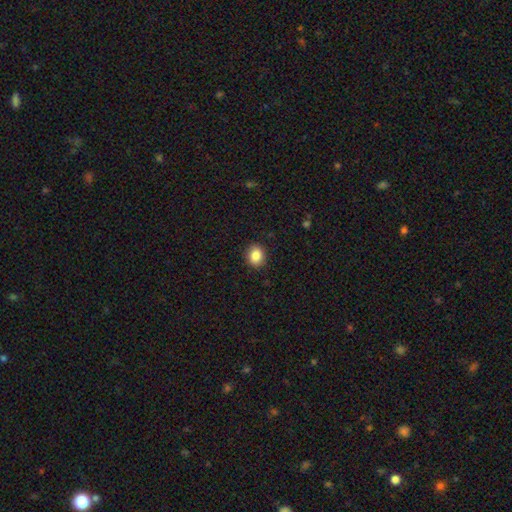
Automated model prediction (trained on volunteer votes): The model was most divided on "how rounded": round: 69%, in between: 30%, cigar-shaped: 1%. More confident: merging — none (90%); smooth or featured — smooth (85%).